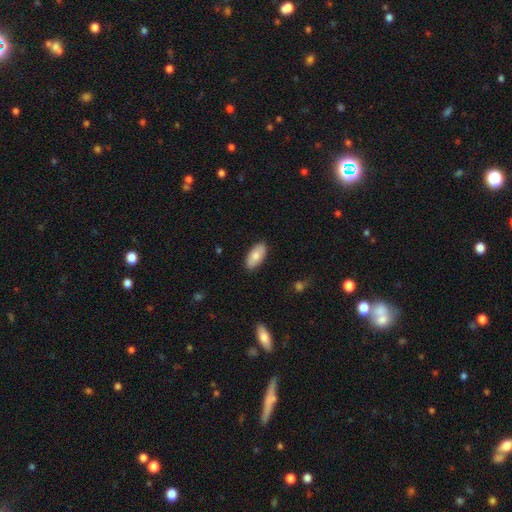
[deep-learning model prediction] The model was most divided on "smooth or featured": smooth: 78%, featured or disk: 17%, star or artifact: 6%. More confident: how rounded — in between (93%); merging — none (88%).